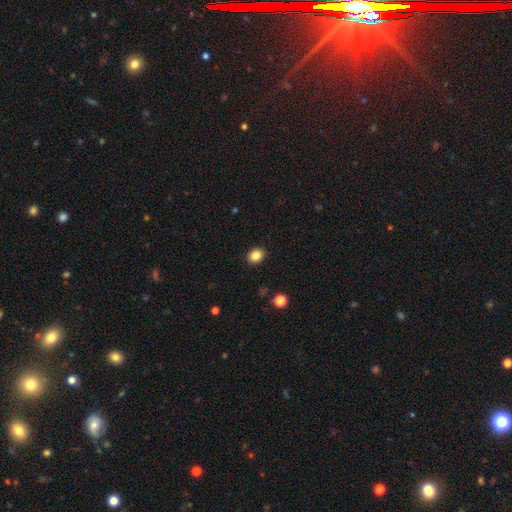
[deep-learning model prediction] smooth 84%, star or artifact 11%, featured or disk 5%. Down the decision tree: how rounded — round (64%); merging — none (91%).